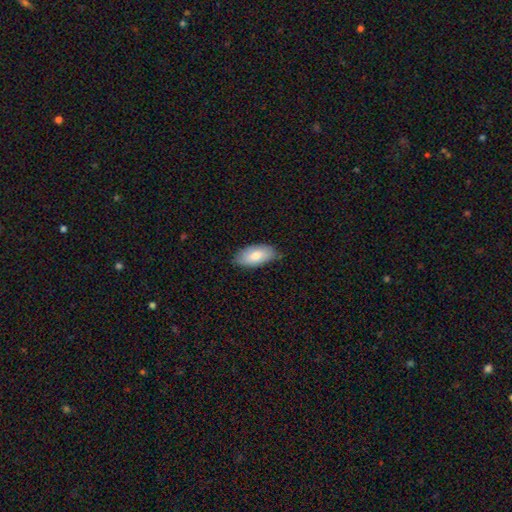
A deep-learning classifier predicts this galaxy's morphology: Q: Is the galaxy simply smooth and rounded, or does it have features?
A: smooth — 78%.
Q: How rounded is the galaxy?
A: in between — 92%.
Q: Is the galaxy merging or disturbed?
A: none — 77%.